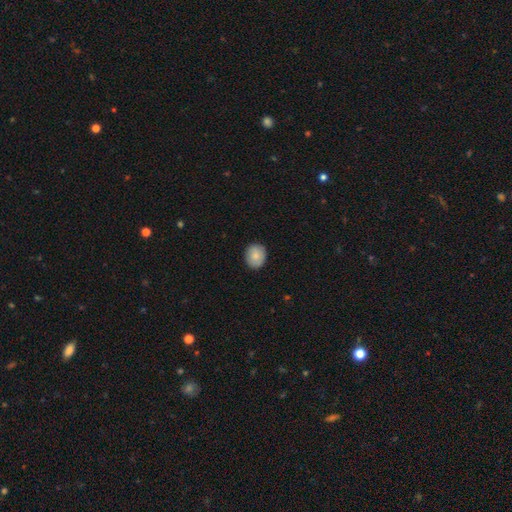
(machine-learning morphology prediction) A smooth galaxy with no disk features (82%) that is round (69%).

Vote fractions:
- Smooth or featured? smooth: 82% / featured or disk: 11% / star or artifact: 7%
- How rounded? round: 69% / in between: 30% / cigar-shaped: 1%
- Merging? none: 88% / minor disturbance: 10% / major disturbance: 2% / merger: 1%